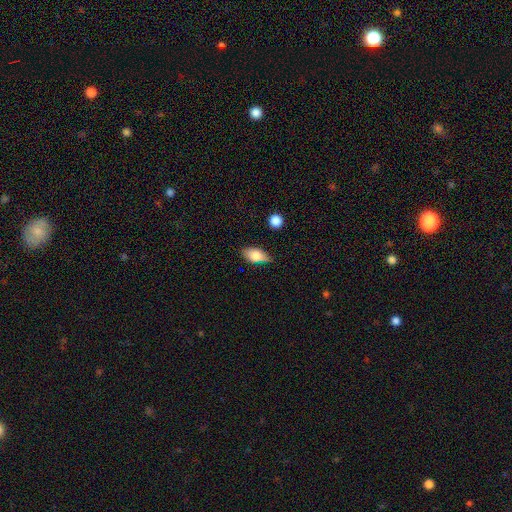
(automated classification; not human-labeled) Q: Smooth or featured?
A: smooth (76%); runner-up: featured or disk (16%)
Q: How rounded?
A: in between (87%); runner-up: cigar-shaped (7%)
Q: Merging?
A: none (60%); runner-up: minor disturbance (31%)